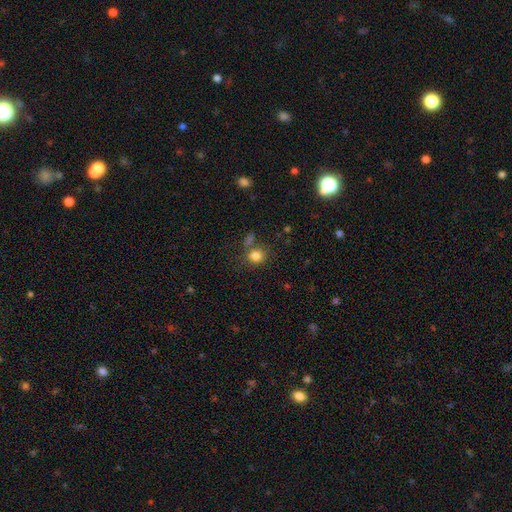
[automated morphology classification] A smooth galaxy with no disk features (82%) that is round (70%).

Vote fractions:
- Smooth or featured? smooth: 82% / star or artifact: 12% / featured or disk: 6%
- How rounded? round: 70% / in between: 28% / cigar-shaped: 1%
- Merging? none: 64% / merger: 16% / minor disturbance: 14% / major disturbance: 6%